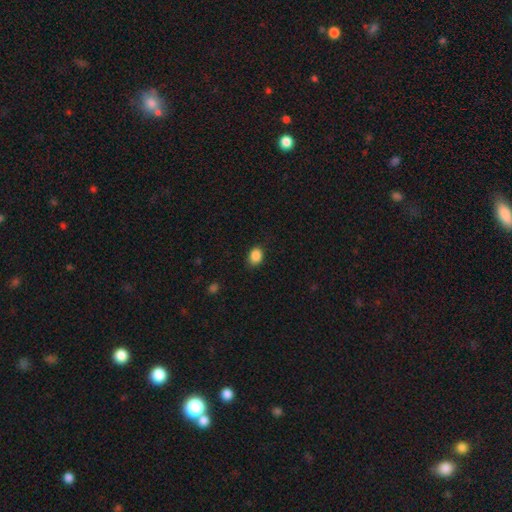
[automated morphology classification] A smooth galaxy with no disk features (87%) that is in between round and cigar-shaped (64%).

Vote fractions:
- Smooth or featured? smooth: 87% / star or artifact: 9% / featured or disk: 3%
- How rounded? in between: 64% / round: 35% / cigar-shaped: 1%
- Merging? none: 83% / minor disturbance: 13% / major disturbance: 3% / merger: 1%